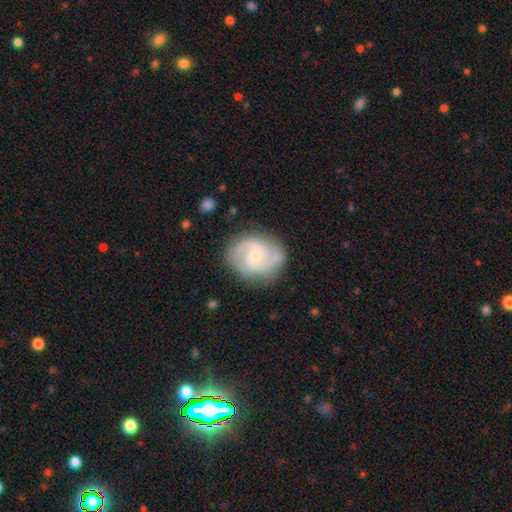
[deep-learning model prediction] smooth-or-featured: featured or disk: 82% | smooth: 13% | star or artifact: 5%
  disk-edge-on: no: 98% | yes: 2%
    bar: weak: 52% | no: 38% | strong: 10%
    has-spiral-arms: yes: 96% | no: 4%
      spiral-winding: medium: 54% | tight: 27% | loose: 18%
      spiral-arm-count: 2: 79% | can't tell: 8% | 3: 7% | 1: 3% | 4: 2% | more than 4: 2%
    bulge-size: small: 65% | moderate: 28% | none: 4% | large: 2% | dominant: 1%
  merging: none: 77% | minor disturbance: 16% | major disturbance: 6% | merger: 2%